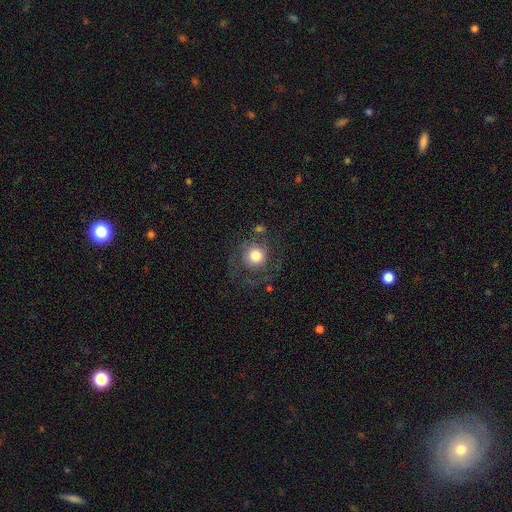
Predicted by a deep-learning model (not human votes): Q: Smooth or featured?
A: smooth (60%); runner-up: featured or disk (31%)
Q: How rounded?
A: round (91%); runner-up: in between (8%)
Q: Merging?
A: none (57%); runner-up: major disturbance (21%)